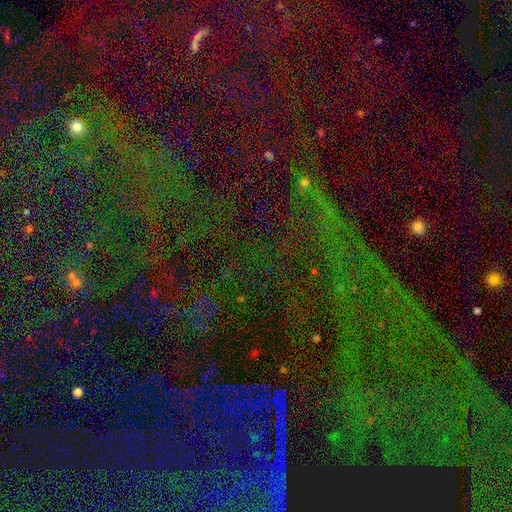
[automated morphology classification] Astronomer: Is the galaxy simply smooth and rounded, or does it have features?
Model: star or artifact — 76%.